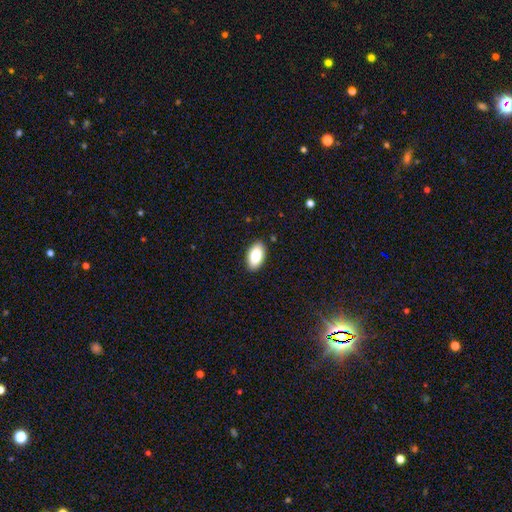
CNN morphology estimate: The model was most divided on "smooth or featured": smooth: 85%, featured or disk: 8%, star or artifact: 7%. More confident: how rounded — in between (95%); merging — none (89%).